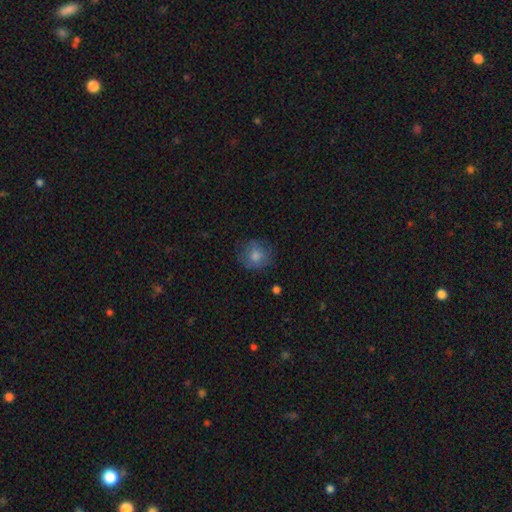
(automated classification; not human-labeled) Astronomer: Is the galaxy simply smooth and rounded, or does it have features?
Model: smooth — 76%.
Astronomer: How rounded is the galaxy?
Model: round — 85%.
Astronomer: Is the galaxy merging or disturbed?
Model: none — 72%.